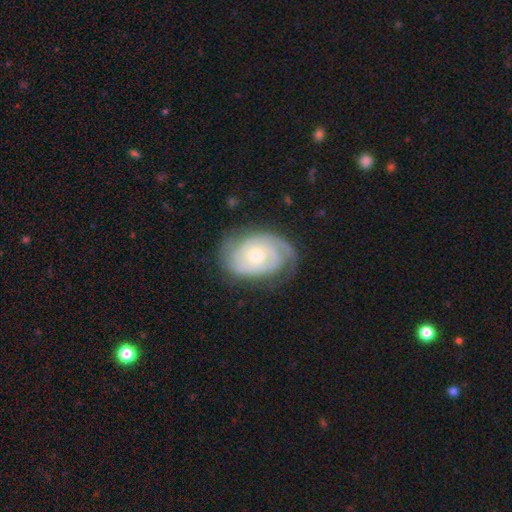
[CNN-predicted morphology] A featured or disk galaxy (84%) with no bar (72%), 2 (44%) tight (67%) spiral arms (96%) and a small central bulge (48%, tied with moderate). Merging: none (70%).